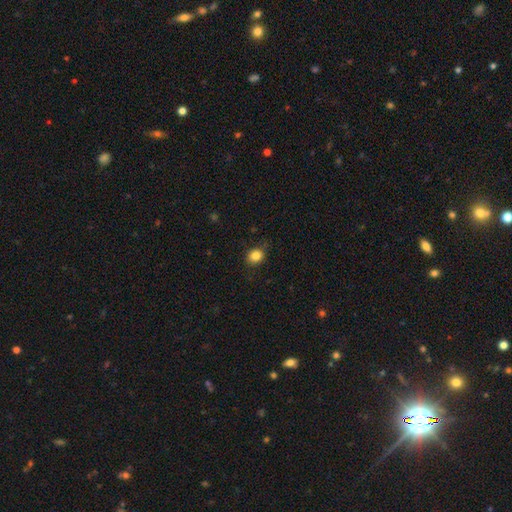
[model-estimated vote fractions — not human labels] A smooth galaxy with no disk features (84%) that is round (67%). Merging: none (82%).